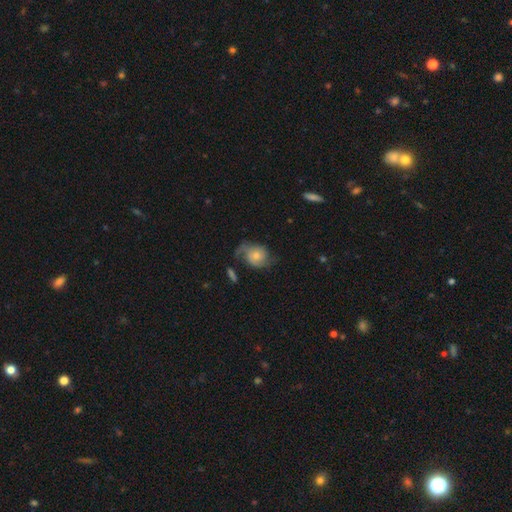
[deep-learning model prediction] Smooth or featured? featured or disk (52%)
Edge-on disk? no (97%)
Bar? no (80%)
Spiral arms? yes (84%)
Bulge size? small (46%)
Merging? none (42%)